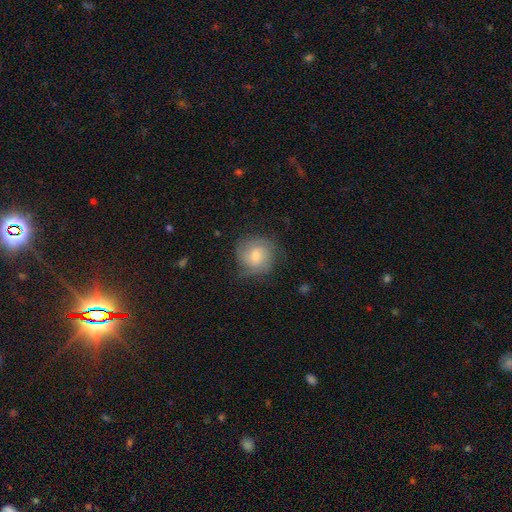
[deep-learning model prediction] Overall: featured or disk (48%; smooth 44%). Merging: none (69%).